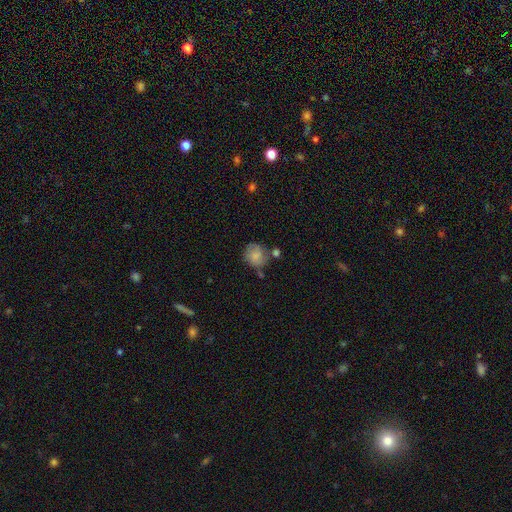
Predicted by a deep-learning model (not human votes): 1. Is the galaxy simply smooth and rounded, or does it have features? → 74% smooth, 18% featured or disk, 9% star or artifact.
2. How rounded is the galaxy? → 81% round, 18% in between, 1% cigar-shaped.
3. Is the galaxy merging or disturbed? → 58% none, 22% minor disturbance, 12% merger, 8% major disturbance.